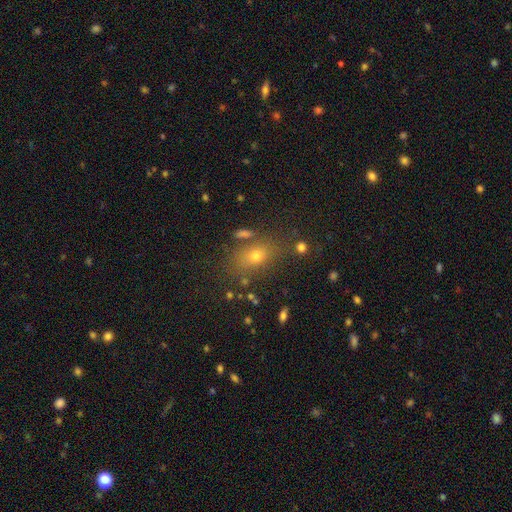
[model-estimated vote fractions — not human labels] Smooth or featured? Predicted: smooth (p=0.66). How rounded? Predicted: in between (p=0.70). Merging? Predicted: none (p=0.73).